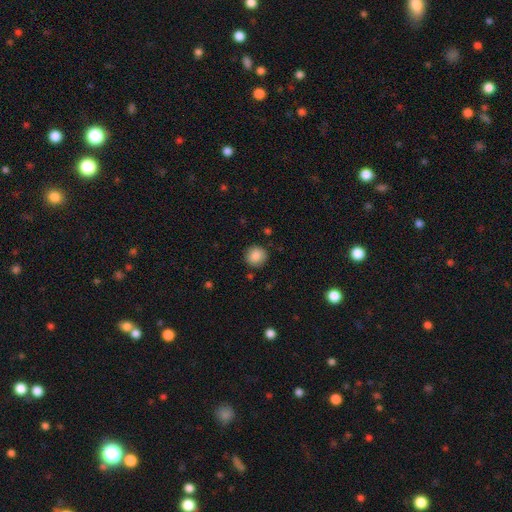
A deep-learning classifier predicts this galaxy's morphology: A smooth galaxy with no disk features (87%) that is round (90%). Merging: none (88%).